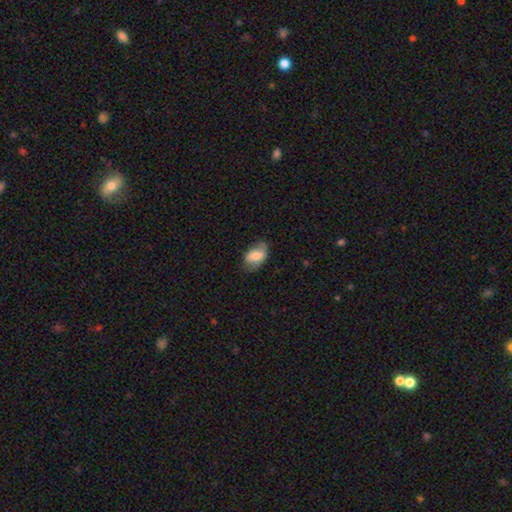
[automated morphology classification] Smooth or featured: smooth — 72% (featured or disk — 20%)
How rounded: in between — 90% (round — 8%)
Merging: none — 63% (minor disturbance — 27%)